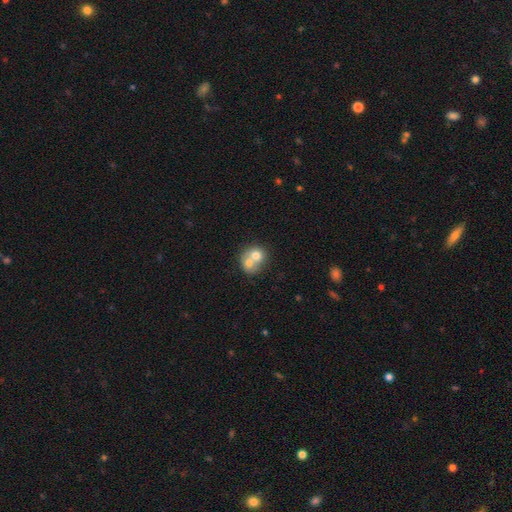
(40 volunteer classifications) smooth 65%, featured or disk 25%, star or artifact 10%. Down the decision tree: how rounded — round (69%); merging — merger (81%).